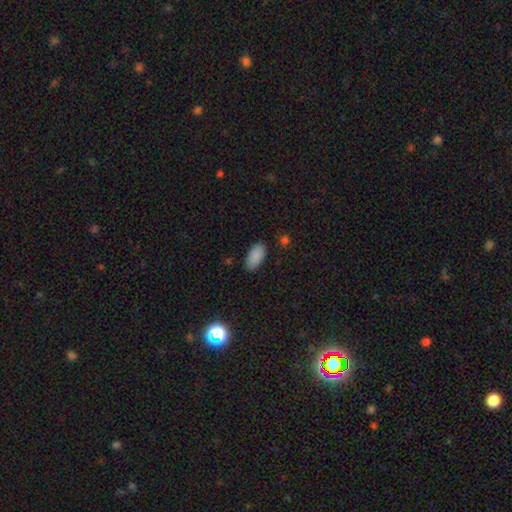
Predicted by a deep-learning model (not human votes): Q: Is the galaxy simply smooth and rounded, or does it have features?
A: smooth — 88%.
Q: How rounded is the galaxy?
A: in between — 93%.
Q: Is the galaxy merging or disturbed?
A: none — 85%.